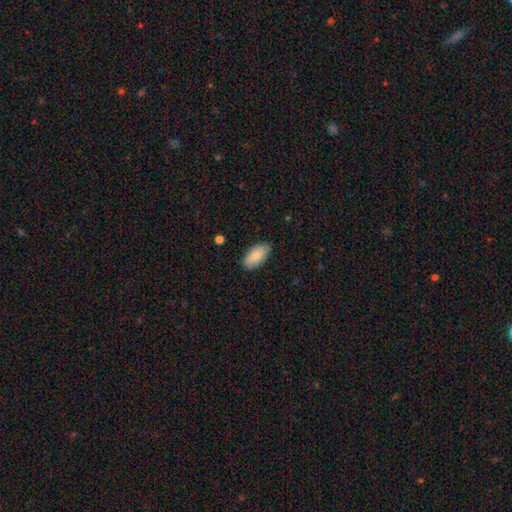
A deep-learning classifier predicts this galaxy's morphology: type=smooth (87%); roundness=in between (93%); merging=none (86%).